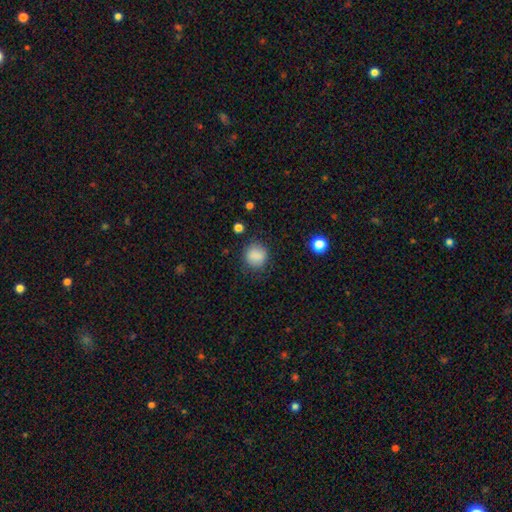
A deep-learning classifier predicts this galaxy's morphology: A smooth galaxy with no disk features (85%) that is round (83%).

Vote fractions:
- Smooth or featured? smooth: 85% / star or artifact: 9% / featured or disk: 5%
- How rounded? round: 83% / in between: 16% / cigar-shaped: 1%
- Merging? none: 80% / minor disturbance: 13% / major disturbance: 5% / merger: 2%